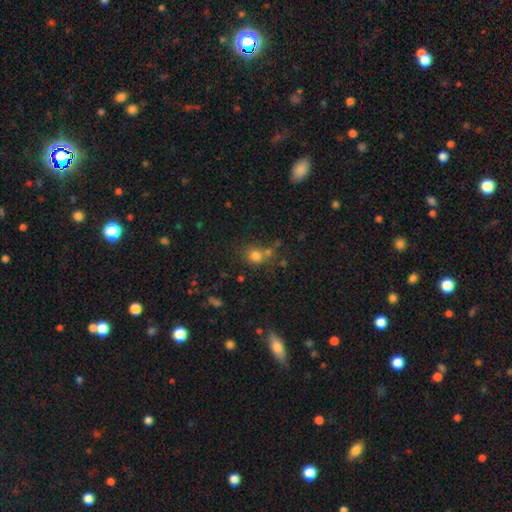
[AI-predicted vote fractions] A smooth galaxy with no disk features (76%) that is round (78%). Merging: none (55%).